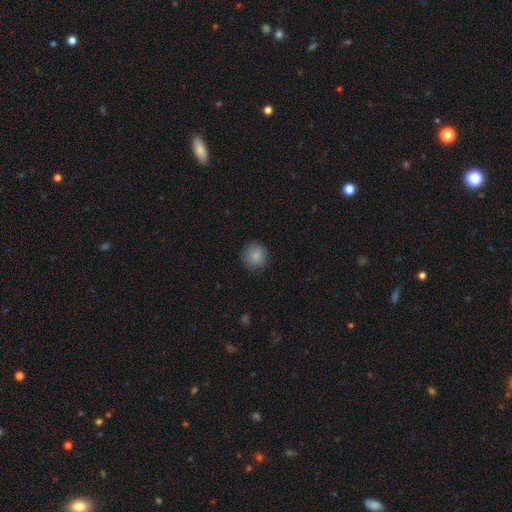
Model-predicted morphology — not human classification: The model was most divided on "merging": none: 87%, minor disturbance: 10%, major disturbance: 3%, merger: 1%. More confident: how rounded — round (92%); smooth or featured — smooth (86%).